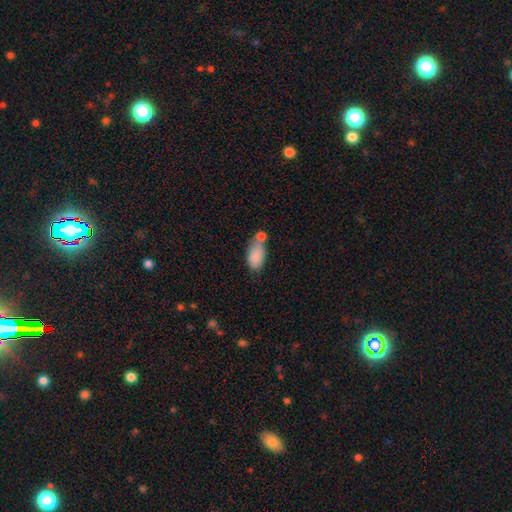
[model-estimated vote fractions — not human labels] Smooth or featured: smooth — 84% (featured or disk — 8%)
How rounded: in between — 91% (round — 5%)
Merging: none — 40% (merger — 34%)